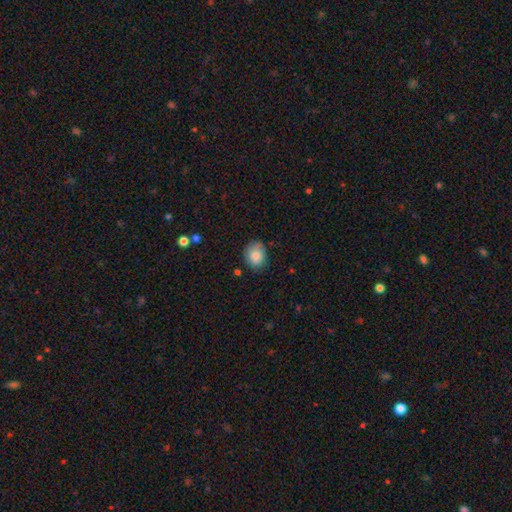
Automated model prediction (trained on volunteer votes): Smooth or featured: smooth — 83% (featured or disk — 9%)
How rounded: round — 59% (in between — 41%)
Merging: none — 74% (minor disturbance — 20%)